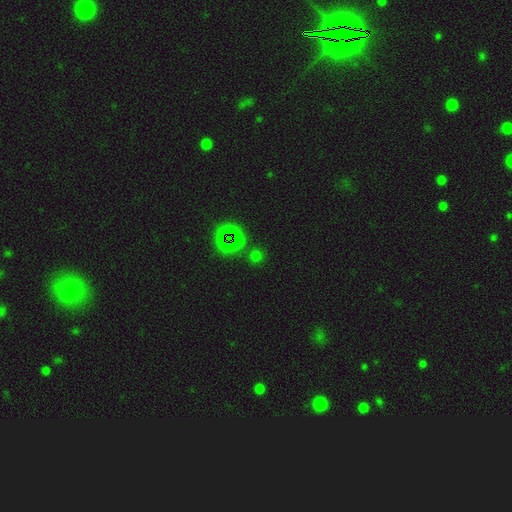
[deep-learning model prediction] Q: Smooth or featured?
A: smooth (48%); runner-up: star or artifact (46%)
Q: Merging?
A: none (79%); runner-up: minor disturbance (9%)